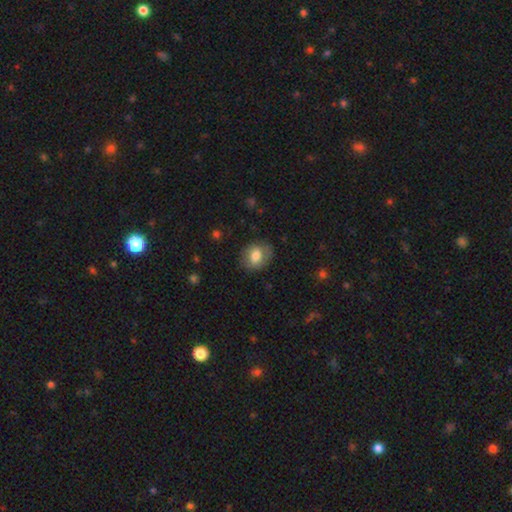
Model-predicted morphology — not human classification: type=smooth (71%); roundness=in between (55%); merging=none (76%).